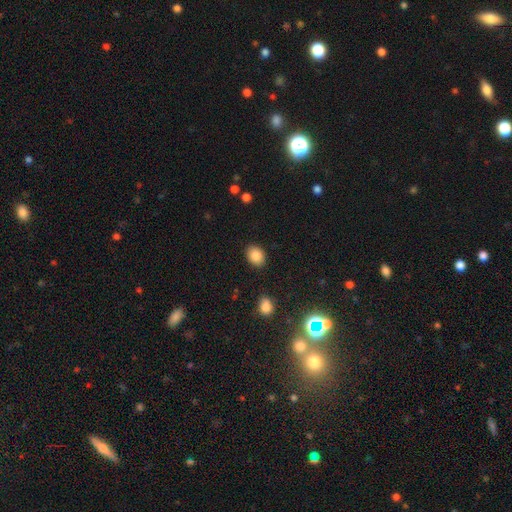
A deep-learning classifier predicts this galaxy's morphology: Q: Smooth or featured?
A: smooth (86%); runner-up: star or artifact (9%)
Q: How rounded?
A: in between (63%); runner-up: round (36%)
Q: Merging?
A: none (88%); runner-up: minor disturbance (8%)